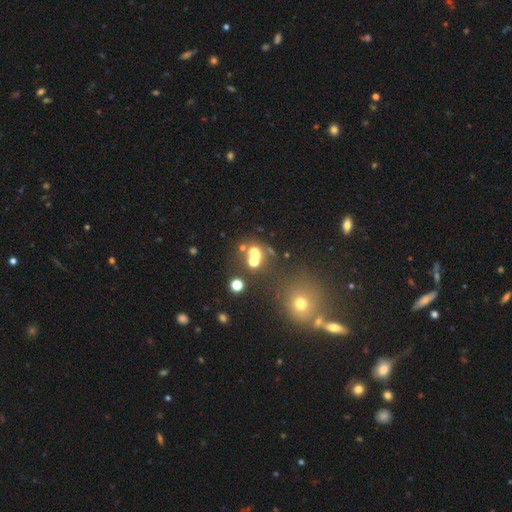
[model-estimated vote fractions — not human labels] Morphology: type=smooth (51%); roundness=round (80%); merging=none (54%).